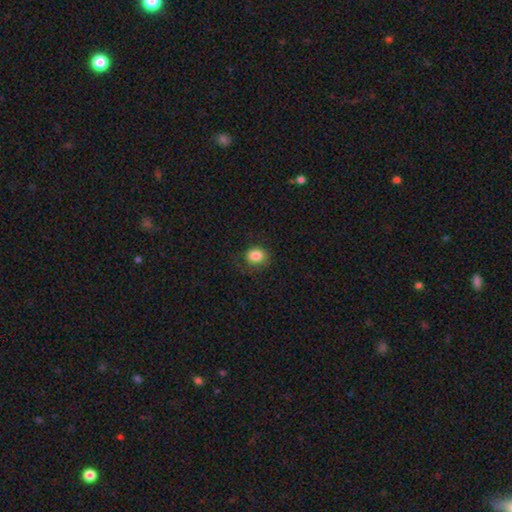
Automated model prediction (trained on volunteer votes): Smooth or featured?
  - smooth: 84% *
  - star or artifact: 10%
  - featured or disk: 7%
How rounded?
  - round: 59% *
  - in between: 40%
  - cigar-shaped: 1%
Merging?
  - none: 70% *
  - minor disturbance: 19%
  - major disturbance: 10%
  - merger: 1%